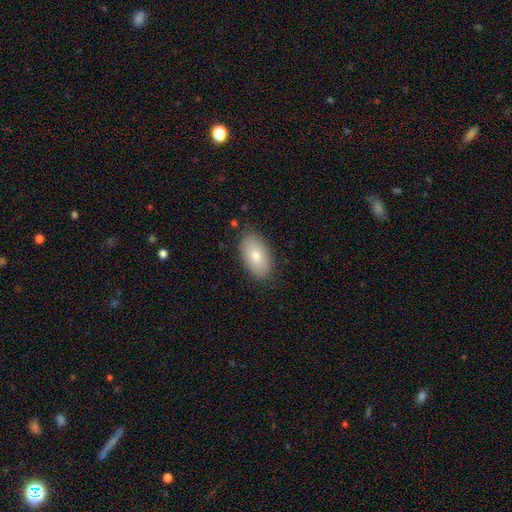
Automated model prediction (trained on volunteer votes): Smooth or featured? smooth (77%)
How rounded? in between (94%)
Merging? none (86%)